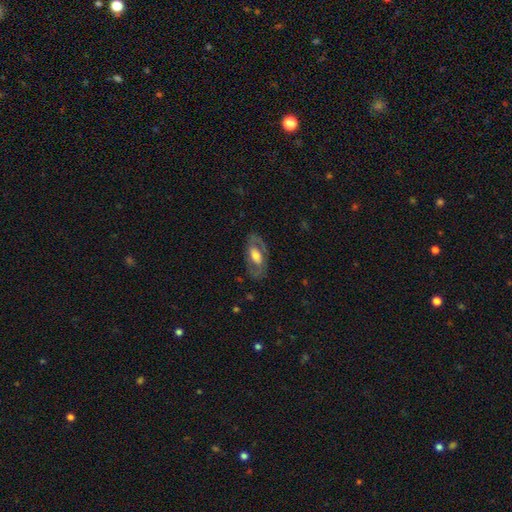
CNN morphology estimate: Q: Smooth or featured?
A: featured or disk (60%); runner-up: smooth (34%)
Q: Edge-on disk?
A: no (88%); runner-up: yes (12%)
Q: Bar?
A: no (54%); runner-up: weak (30%)
Q: Spiral arms?
A: no (52%); runner-up: yes (48%)
Q: Bulge size?
A: moderate (48%); runner-up: large (35%)
Q: Merging?
A: none (76%); runner-up: minor disturbance (15%)